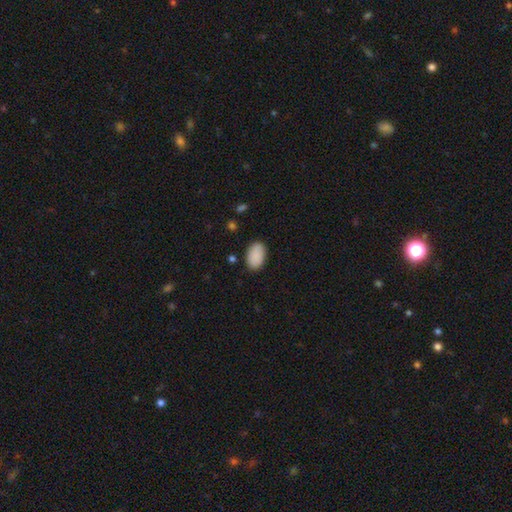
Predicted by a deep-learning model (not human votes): A smooth galaxy with no disk features (90%) that is in between round and cigar-shaped (92%). Merging: none (85%).